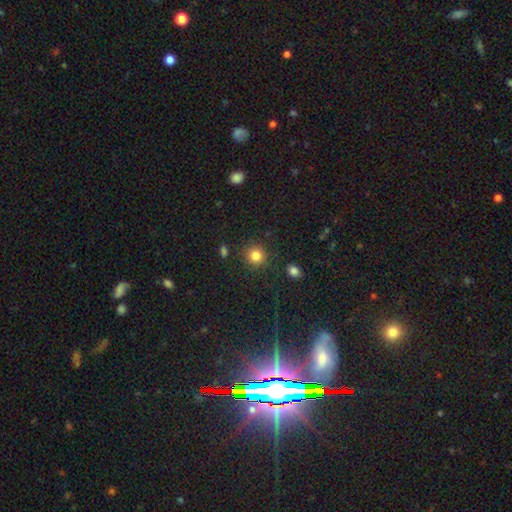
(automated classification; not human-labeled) Overall: smooth (83%). How rounded: round (90%). Merging: none (86%).